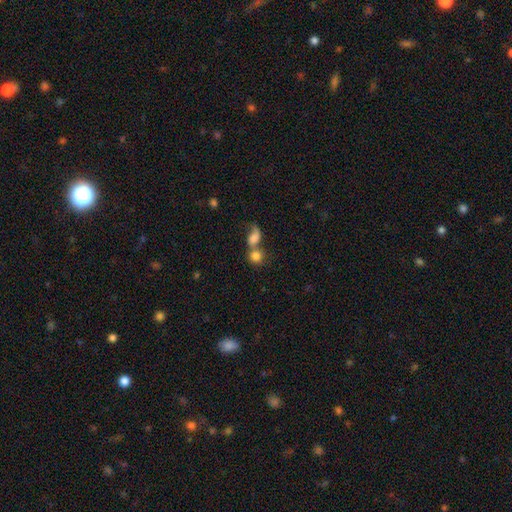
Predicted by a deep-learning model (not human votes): Smooth or featured?
  - smooth: 78% *
  - featured or disk: 13%
  - star or artifact: 9%
How rounded?
  - round: 76% *
  - in between: 23%
  - cigar-shaped: 2%
Merging?
  - merger: 61% *
  - none: 25%
  - major disturbance: 7%
  - minor disturbance: 7%